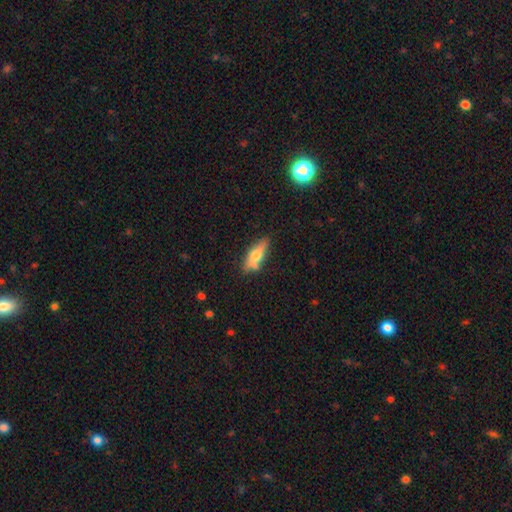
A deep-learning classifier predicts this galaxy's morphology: A smooth galaxy with no disk features (61%) that is in between round and cigar-shaped (56%). Merging: none (68%).